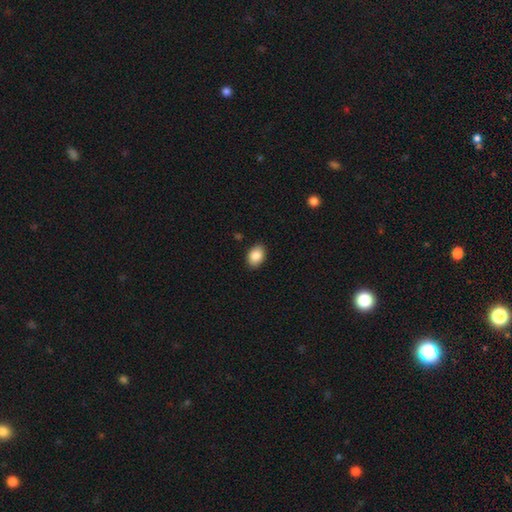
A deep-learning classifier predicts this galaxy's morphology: Smooth or featured? smooth (88%)
How rounded? in between (82%)
Merging? none (89%)